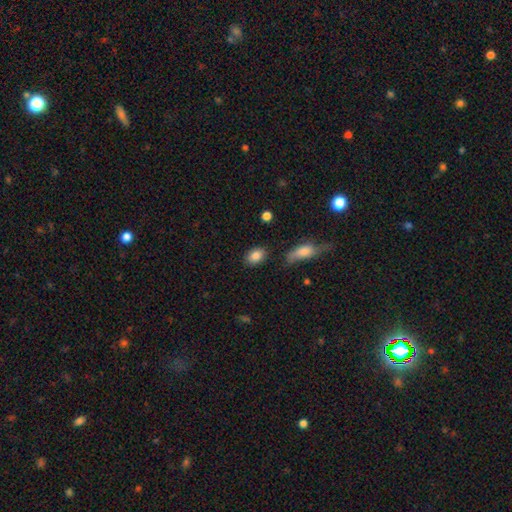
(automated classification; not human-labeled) Morphology: type=smooth (86%); roundness=in between (79%); merging=none (83%).